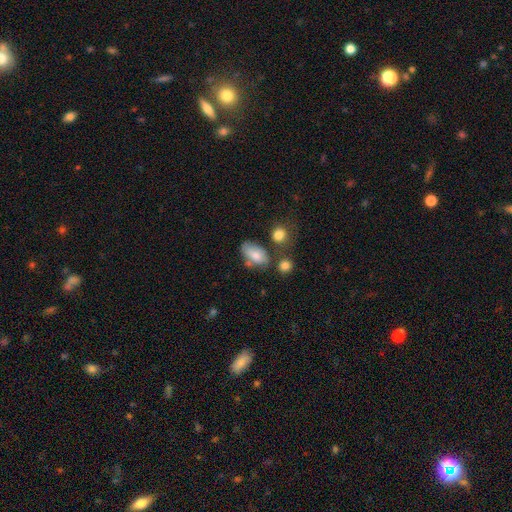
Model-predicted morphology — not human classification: A smooth galaxy with no disk features (74%) that is in between round and cigar-shaped (90%).

Vote fractions:
- Smooth or featured? smooth: 74% / featured or disk: 17% / star or artifact: 8%
- How rounded? in between: 90% / round: 8% / cigar-shaped: 2%
- Merging? none: 50% / minor disturbance: 25% / merger: 15% / major disturbance: 10%